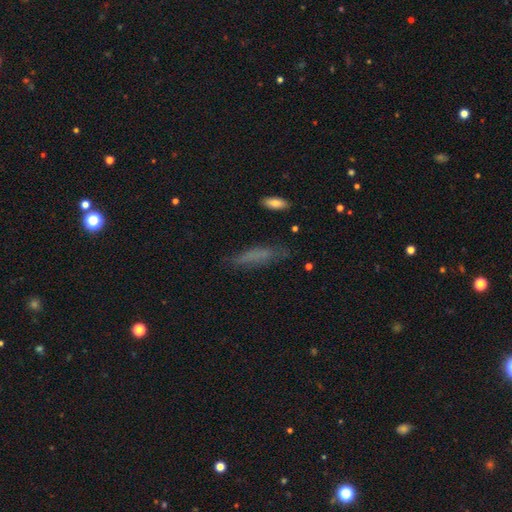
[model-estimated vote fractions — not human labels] Smooth or featured?
  - smooth: 64% *
  - featured or disk: 23%
  - star or artifact: 13%
How rounded?
  - cigar-shaped: 76% *
  - in between: 22%
  - round: 2%
Merging?
  - none: 71% *
  - minor disturbance: 20%
  - major disturbance: 7%
  - merger: 2%